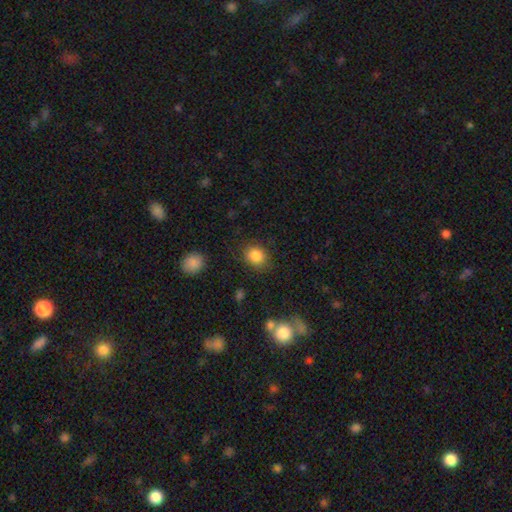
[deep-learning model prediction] The model was most divided on "how rounded": round: 63%, in between: 36%, cigar-shaped: 1%. More confident: smooth or featured — smooth (86%); merging — none (80%).